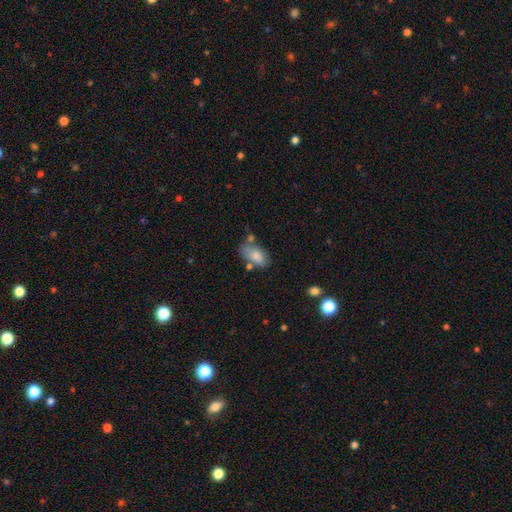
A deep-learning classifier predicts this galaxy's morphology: Smooth or featured? smooth (79%)
How rounded? in between (92%)
Merging? none (48%)